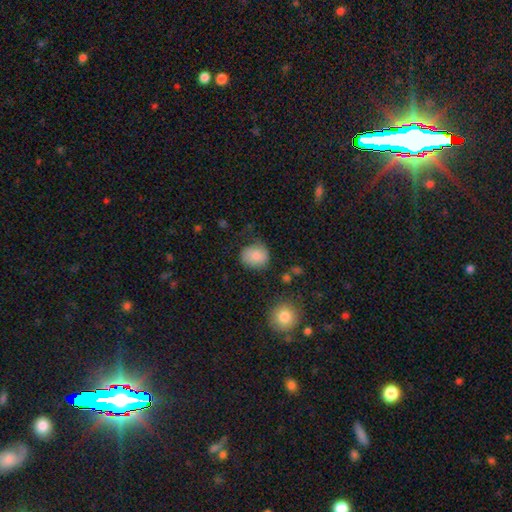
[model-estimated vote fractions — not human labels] Q: Smooth or featured?
A: smooth (81%); runner-up: featured or disk (10%)
Q: How rounded?
A: round (73%); runner-up: in between (26%)
Q: Merging?
A: none (64%); runner-up: minor disturbance (24%)